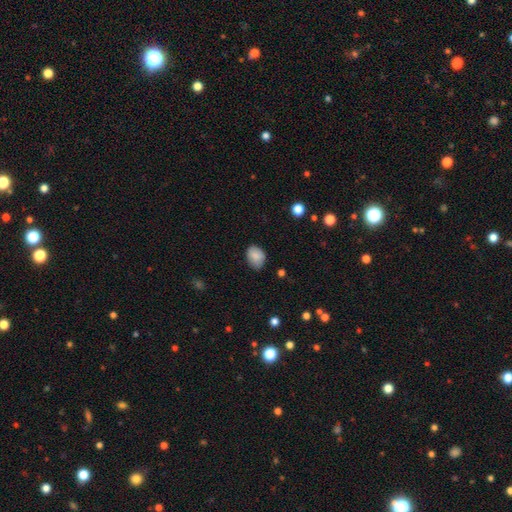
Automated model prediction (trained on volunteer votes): Smooth or featured? Predicted: smooth (p=0.84). How rounded? Predicted: in between (p=0.70). Merging? Predicted: none (p=0.71).